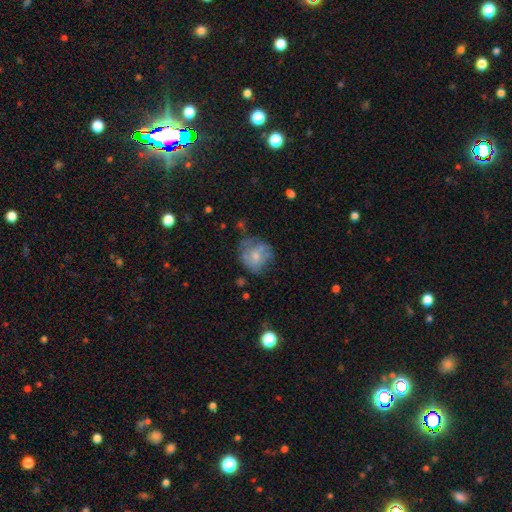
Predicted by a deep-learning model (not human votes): smooth 52%, featured or disk 39%, star or artifact 9%. Down the decision tree: how rounded — round (71%); merging — none (45%).